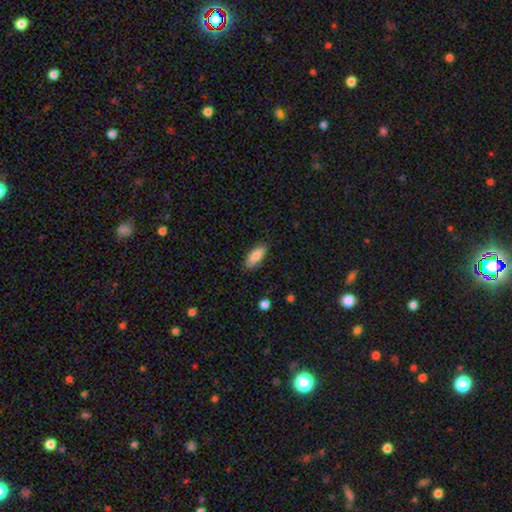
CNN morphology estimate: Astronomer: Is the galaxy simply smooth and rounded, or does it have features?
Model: smooth — 88%.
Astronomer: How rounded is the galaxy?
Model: in between — 78%.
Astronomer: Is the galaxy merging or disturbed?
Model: none — 85%.